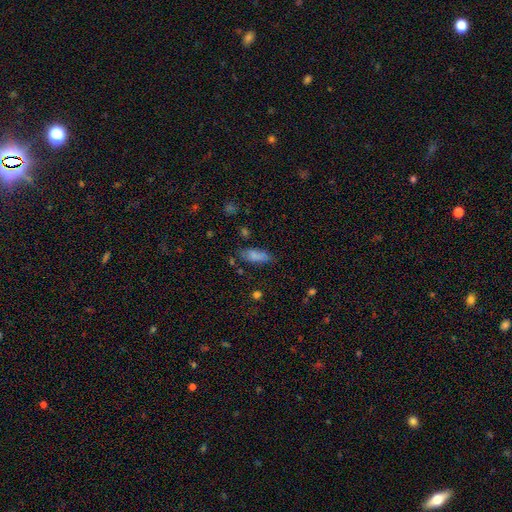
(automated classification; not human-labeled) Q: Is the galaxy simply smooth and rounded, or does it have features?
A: smooth — 79%.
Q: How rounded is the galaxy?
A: in between — 75%.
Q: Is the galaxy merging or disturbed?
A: none — 62%.